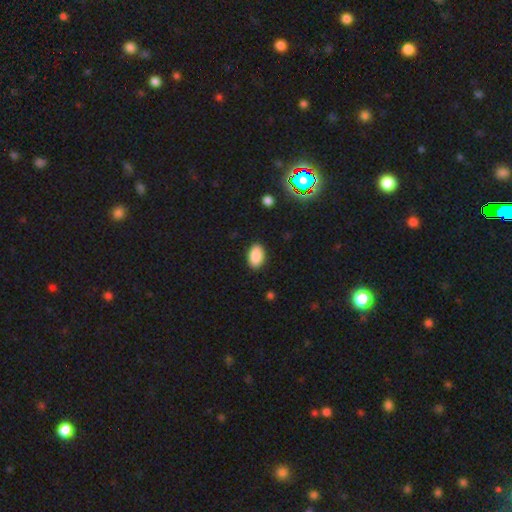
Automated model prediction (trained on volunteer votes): Q: Smooth or featured?
A: smooth (88%); runner-up: star or artifact (8%)
Q: How rounded?
A: in between (92%); runner-up: round (6%)
Q: Merging?
A: none (89%); runner-up: minor disturbance (8%)